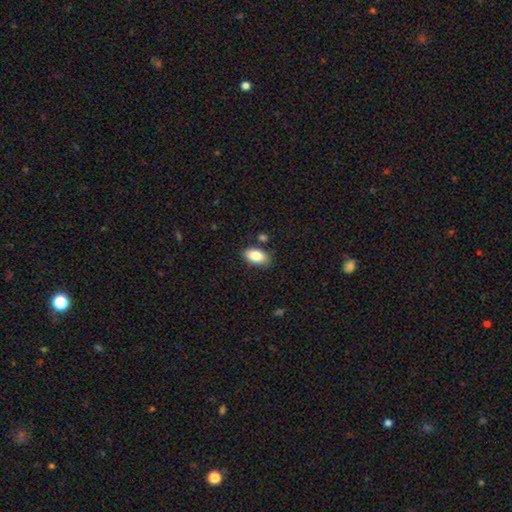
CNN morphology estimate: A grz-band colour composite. It shows a smooth galaxy with no disk features (85%) that is in between round and cigar-shaped (93%). Merging: none (81%).